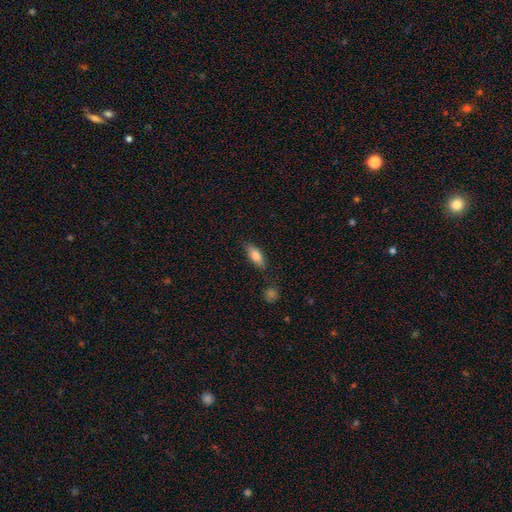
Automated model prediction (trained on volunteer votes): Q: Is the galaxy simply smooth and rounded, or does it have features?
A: smooth — 78%.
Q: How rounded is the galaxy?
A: in between — 75%.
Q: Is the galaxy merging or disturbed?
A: none — 80%.